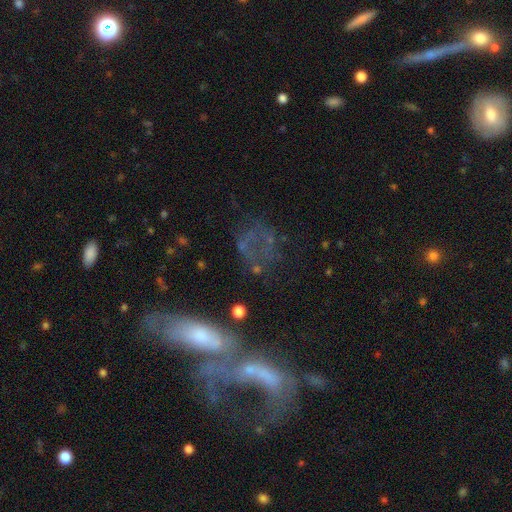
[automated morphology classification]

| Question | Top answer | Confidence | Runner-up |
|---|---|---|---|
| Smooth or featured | featured or disk | 43% | smooth (38%) |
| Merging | none | 36% | merger (28%) |